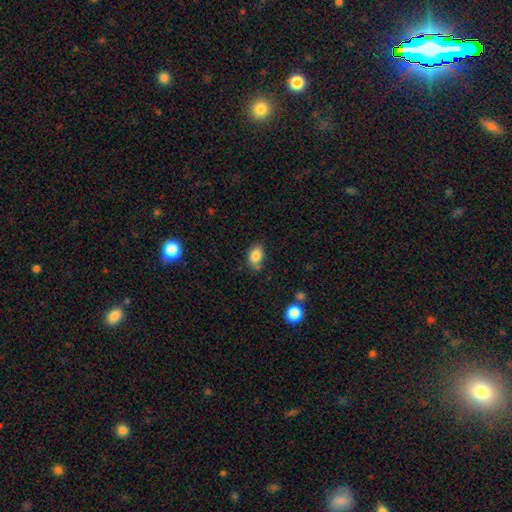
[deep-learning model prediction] Smooth or featured? Predicted: smooth (p=0.85). How rounded? Predicted: in between (p=0.74). Merging? Predicted: none (p=0.70).